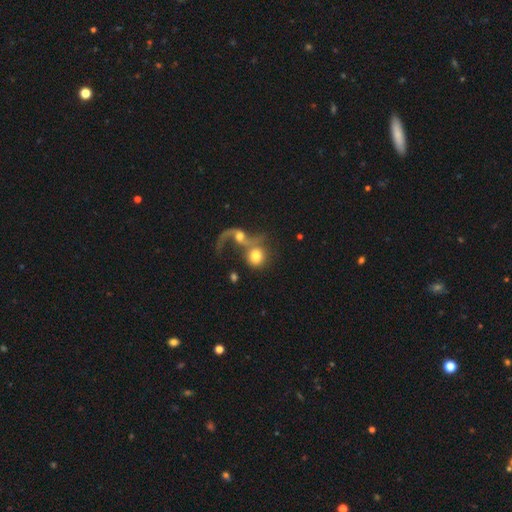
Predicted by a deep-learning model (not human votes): smooth-or-featured: smooth: 60% | featured or disk: 31% | star or artifact: 9%
  how-rounded: round: 78% | in between: 20% | cigar-shaped: 2%
  merging: merger: 60% | none: 22% | major disturbance: 12% | minor disturbance: 6%